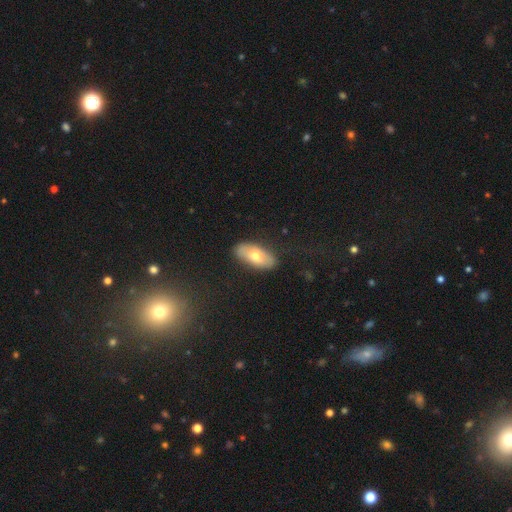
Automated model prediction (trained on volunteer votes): Smooth or featured? Predicted: smooth (p=0.65). How rounded? Predicted: in between (p=0.89). Merging? Predicted: none (p=0.84).